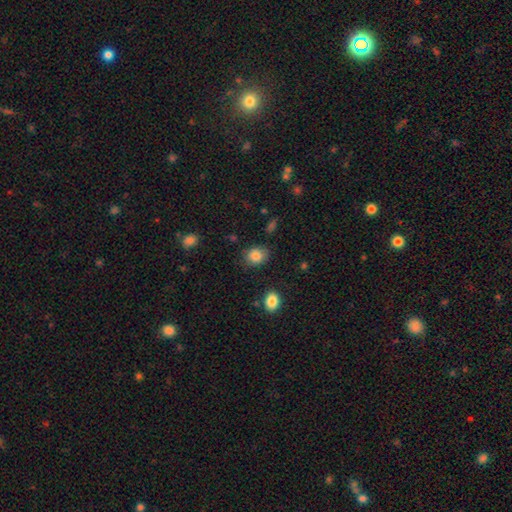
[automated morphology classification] The model was most divided on "how rounded": in between: 53%, round: 46%, cigar-shaped: 1%. More confident: smooth or featured — smooth (84%); merging — none (79%).